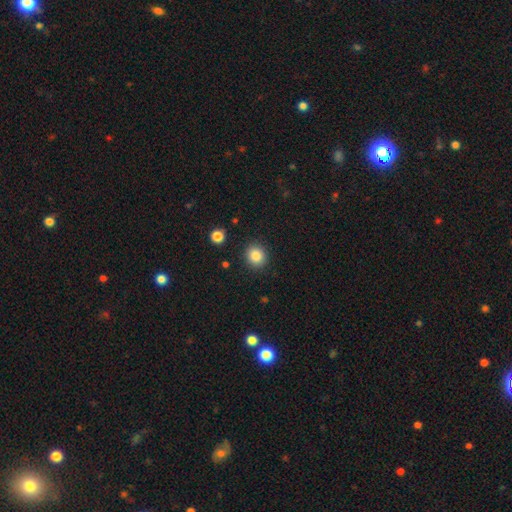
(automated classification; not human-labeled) Q: Smooth or featured?
A: smooth (85%); runner-up: star or artifact (10%)
Q: How rounded?
A: round (79%); runner-up: in between (20%)
Q: Merging?
A: none (90%); runner-up: minor disturbance (6%)